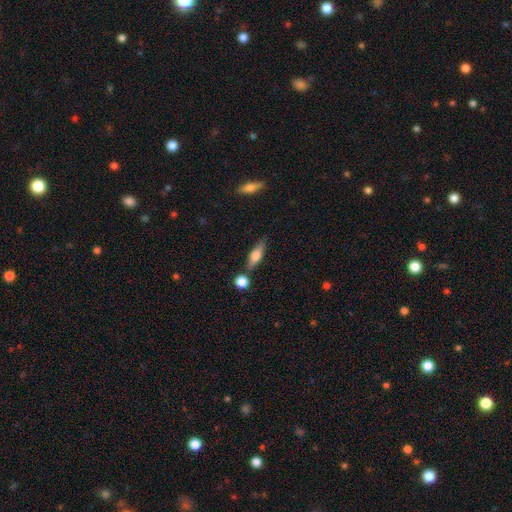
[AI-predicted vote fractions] A smooth galaxy with no disk features (56%) that is cigar-shaped (50%). Merging: none (73%).